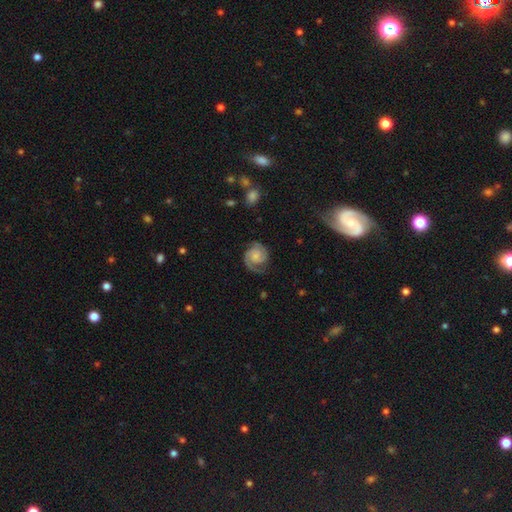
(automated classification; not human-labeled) Smooth or featured?
  - featured or disk: 85% *
  - smooth: 9%
  - star or artifact: 6%
Edge-on disk?
  - no: 98% *
  - yes: 2%
Bar?
  - no: 65% *
  - weak: 28%
  - strong: 6%
Spiral arms?
  - yes: 98% *
  - no: 2%
Spiral winding?
  - tight: 56% *
  - medium: 37%
  - loose: 8%
Spiral arm count?
  - 2: 88% *
  - can't tell: 4%
  - 1: 3%
  - 3: 3%
  - 4: 1%
  - more than 4: 1%
Bulge size?
  - small: 38% *
  - none: 31%
  - moderate: 24%
  - large: 5%
  - dominant: 2%
Merging?
  - none: 77% *
  - minor disturbance: 15%
  - major disturbance: 6%
  - merger: 1%